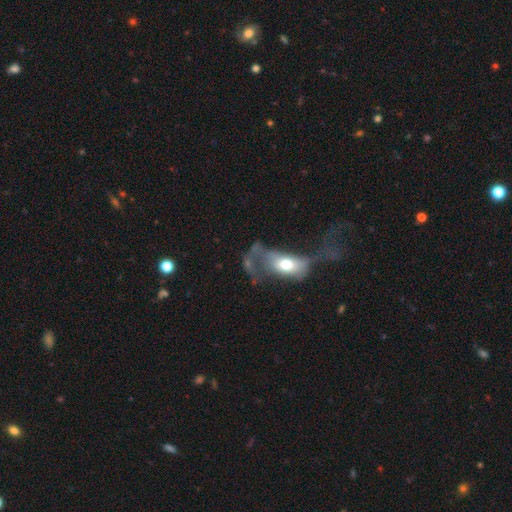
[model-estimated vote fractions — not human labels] Morphology: type=featured or disk (46%); merging=major disturbance (61%).